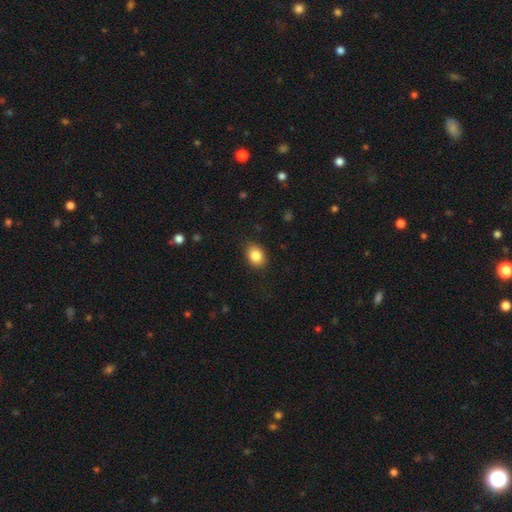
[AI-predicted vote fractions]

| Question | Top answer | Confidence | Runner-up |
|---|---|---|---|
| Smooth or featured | smooth | 85% | star or artifact (8%) |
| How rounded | in between | 65% | round (34%) |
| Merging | none | 85% | minor disturbance (12%) |